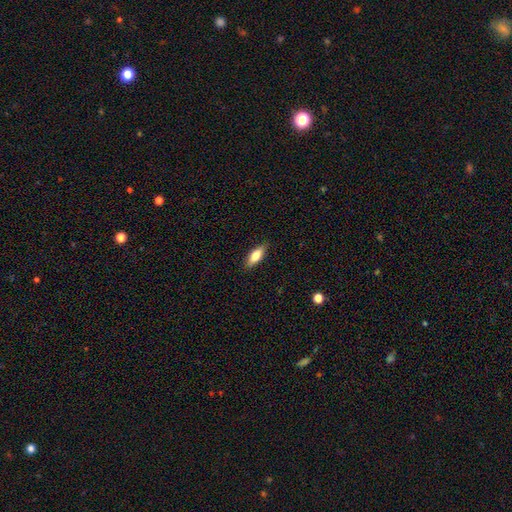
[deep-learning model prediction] Morphology: type=smooth (74%); roundness=in between (68%); merging=none (86%).